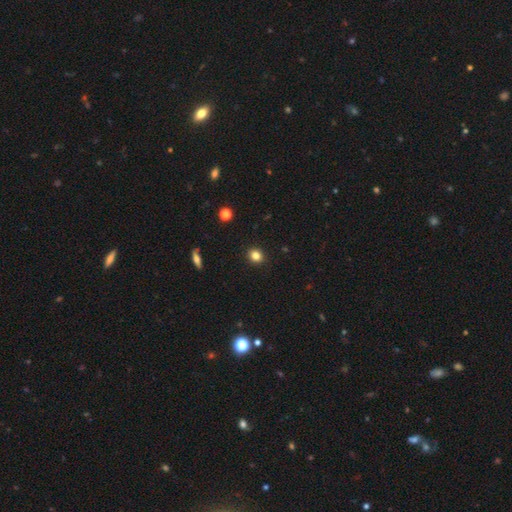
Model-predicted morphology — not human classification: Smooth or featured? Predicted: smooth (p=0.83). How rounded? Predicted: round (p=0.75). Merging? Predicted: none (p=0.91).